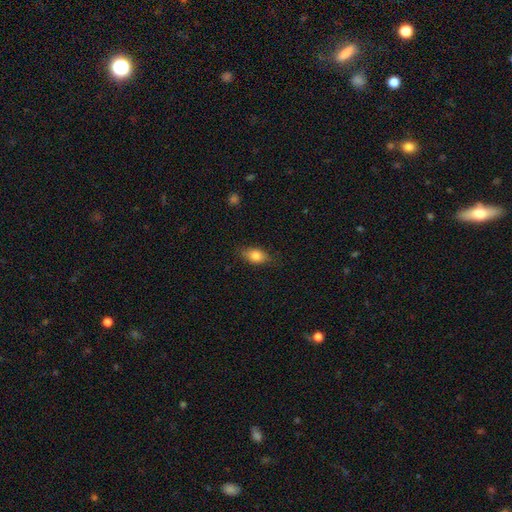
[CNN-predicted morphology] A smooth galaxy with no disk features (82%) that is in between round and cigar-shaped (85%).

Vote fractions:
- Smooth or featured? smooth: 82% / featured or disk: 11% / star or artifact: 8%
- How rounded? in between: 85% / round: 11% / cigar-shaped: 4%
- Merging? none: 79% / minor disturbance: 16% / major disturbance: 4% / merger: 1%